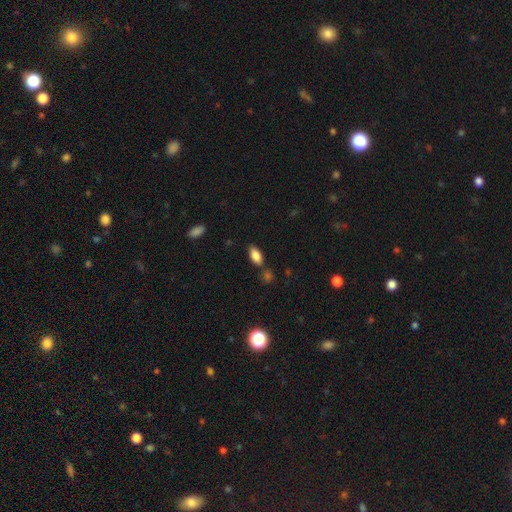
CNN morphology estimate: The model was most divided on "merging": none: 73%, minor disturbance: 14%, merger: 10%, major disturbance: 4%. More confident: how rounded — in between (90%); smooth or featured — smooth (86%).